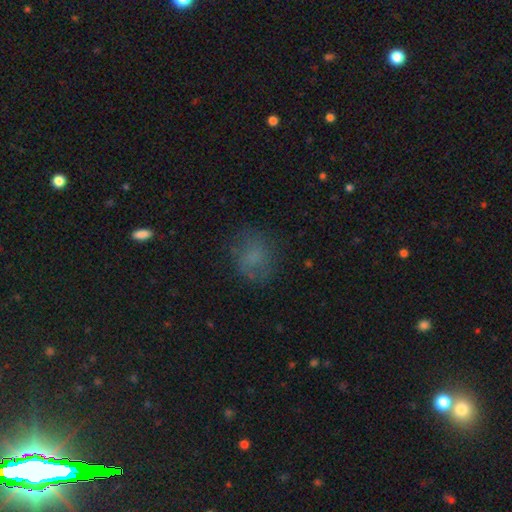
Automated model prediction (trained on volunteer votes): Overall: smooth (62%). How rounded: round (62%; in between 37%). Merging: none (72%).